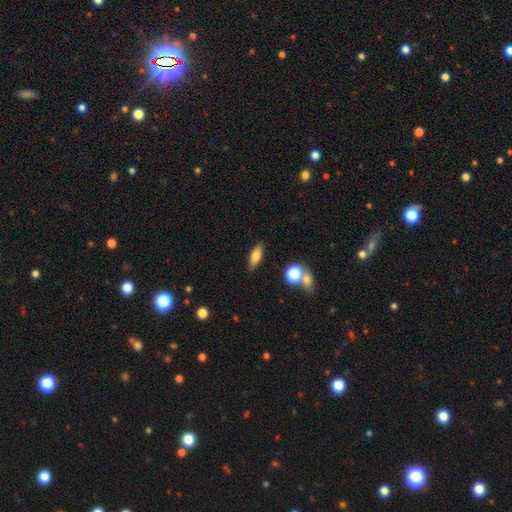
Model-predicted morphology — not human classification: Overall: smooth (74%). How rounded: in between (70%). Merging: none (84%).